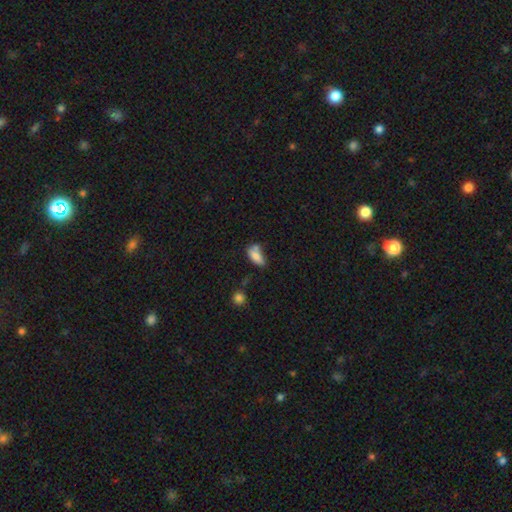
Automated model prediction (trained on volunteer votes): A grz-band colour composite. It shows a smooth galaxy with no disk features (76%) that is in between round and cigar-shaped (84%). Merging: none (42%).